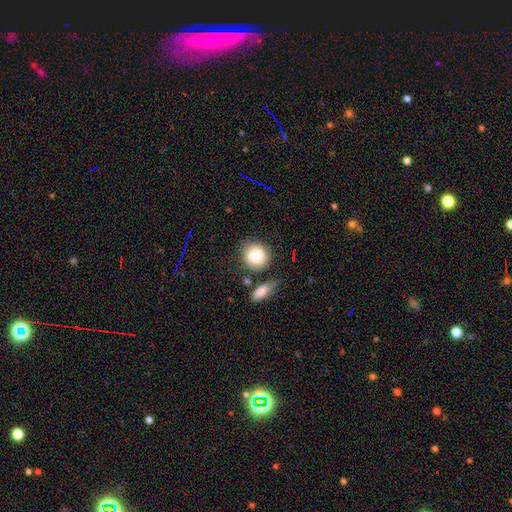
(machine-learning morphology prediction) Smooth or featured? smooth (84%)
How rounded? round (82%)
Merging? none (69%)